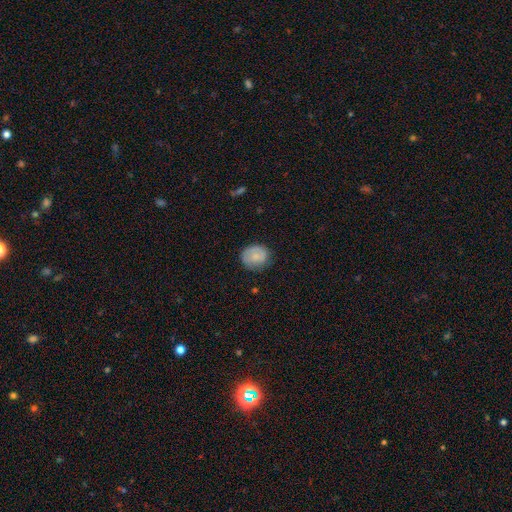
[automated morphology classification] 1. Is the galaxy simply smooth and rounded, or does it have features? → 73% smooth, 20% featured or disk, 7% star or artifact.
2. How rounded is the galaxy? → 68% round, 31% in between, 1% cigar-shaped.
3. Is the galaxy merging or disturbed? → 73% none, 20% minor disturbance, 6% major disturbance, 1% merger.